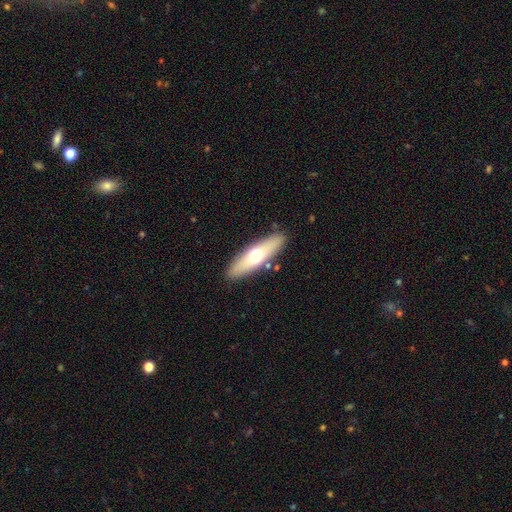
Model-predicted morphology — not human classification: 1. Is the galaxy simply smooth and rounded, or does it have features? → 56% smooth, 37% featured or disk, 6% star or artifact.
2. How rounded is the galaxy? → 58% cigar-shaped, 40% in between, 2% round.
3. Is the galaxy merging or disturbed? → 87% none, 9% minor disturbance, 2% major disturbance, 2% merger.